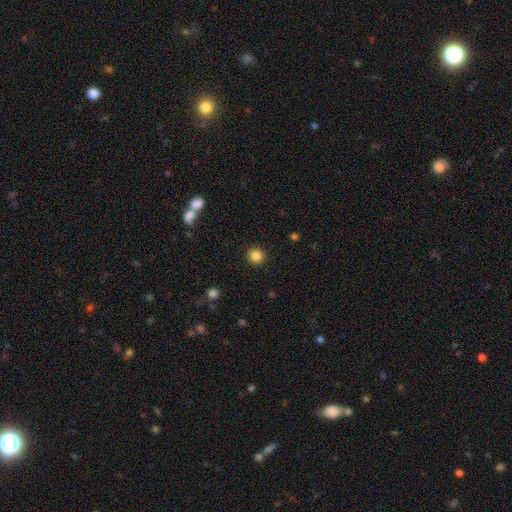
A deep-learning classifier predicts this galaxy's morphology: smooth_or_featured: smooth (p=0.84) [alt: star or artifact p=0.12]
how_rounded: round (p=0.94) [alt: in between p=0.05]
merging: none (p=0.92) [alt: minor disturbance p=0.05]